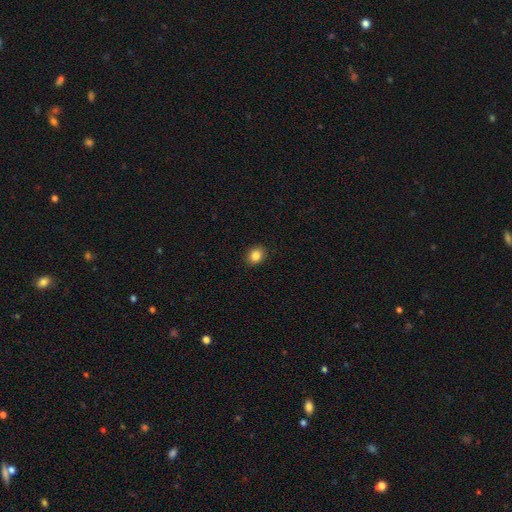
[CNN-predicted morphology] This appears to be a smooth galaxy with no disk features (84%) that is round (60%). Merging: none (91%).